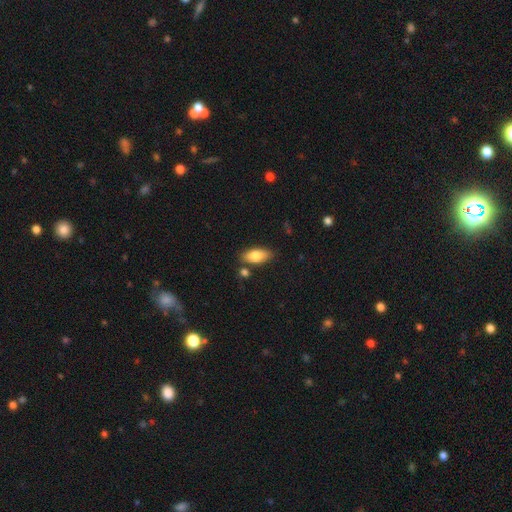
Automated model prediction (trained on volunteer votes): Smooth or featured? smooth (80%)
How rounded? in between (88%)
Merging? none (79%)